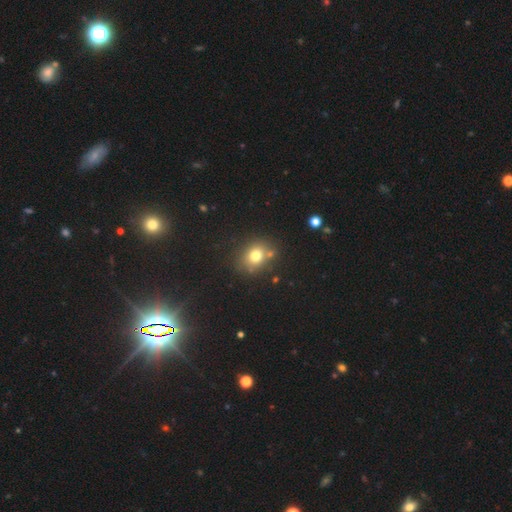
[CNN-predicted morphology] This appears to be a smooth galaxy with no disk features (74%) that is round (58%). Merging: none (73%).